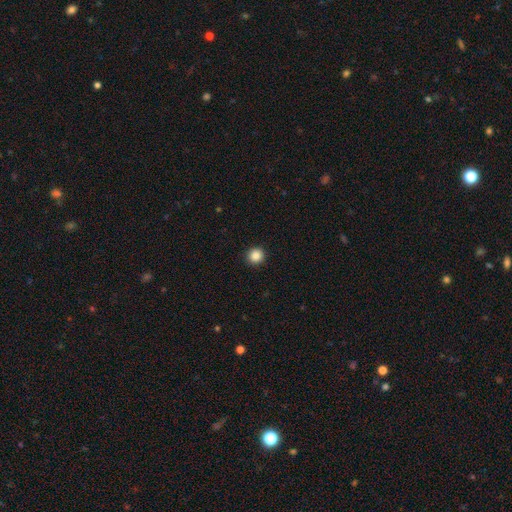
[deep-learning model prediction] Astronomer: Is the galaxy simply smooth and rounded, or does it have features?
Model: smooth — 87%.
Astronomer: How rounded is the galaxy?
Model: round — 95%.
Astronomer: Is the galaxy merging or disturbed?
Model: none — 93%.